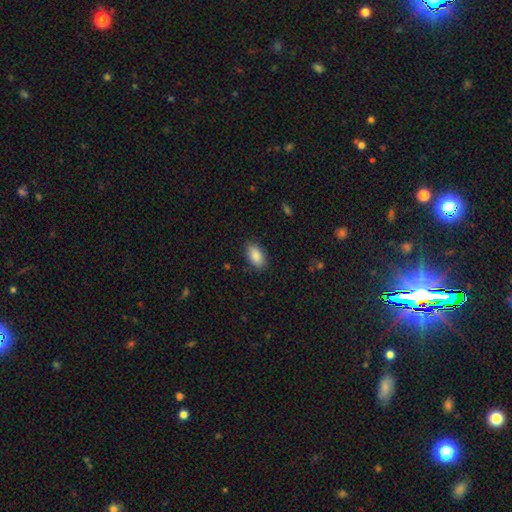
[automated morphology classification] This is clearly a smooth galaxy (89%). How rounded: clearly in between (93%). Merging: clearly none (87%).